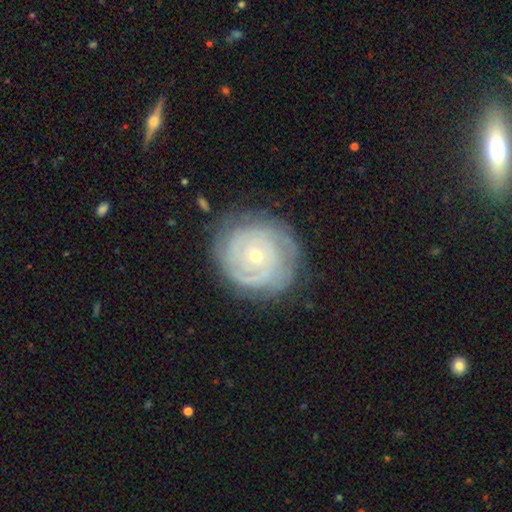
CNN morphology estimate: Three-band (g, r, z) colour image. It shows a featured or disk galaxy (84%) with no bar (82%), tight (82%) spiral arms (94%) and a small central bulge (72%). Merging: none (78%).